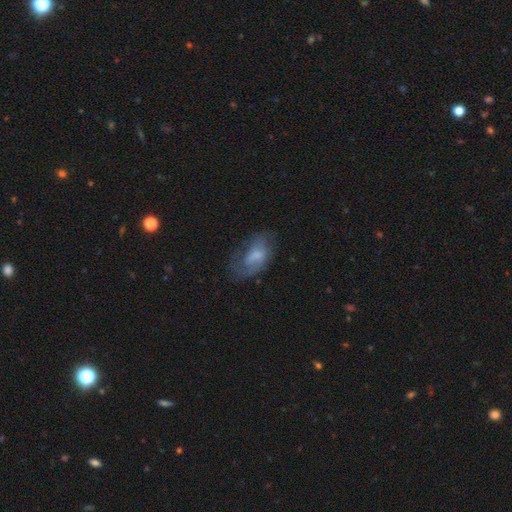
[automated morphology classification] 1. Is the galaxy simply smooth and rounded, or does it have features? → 47% smooth, 45% featured or disk, 8% star or artifact.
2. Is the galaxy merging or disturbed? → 44% none, 27% major disturbance, 27% minor disturbance, 2% merger.